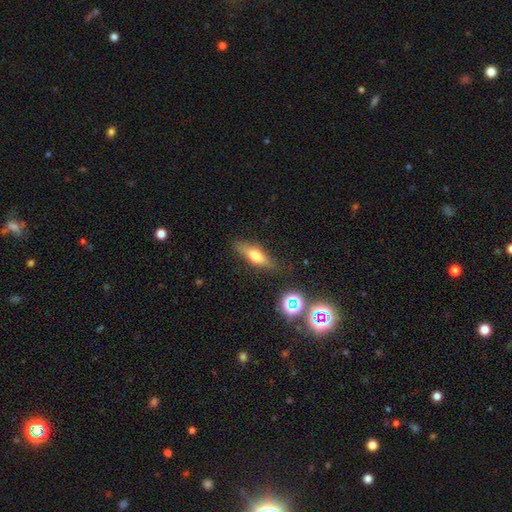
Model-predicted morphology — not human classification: This is likely a smooth galaxy (61%). How rounded: possibly cigar-shaped (50%). Merging: likely none (79%).